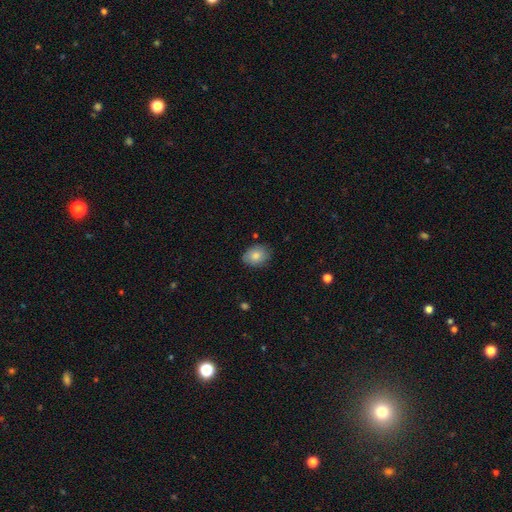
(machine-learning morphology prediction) A smooth galaxy with no disk features (82%) that is in between round and cigar-shaped (66%). Merging: none (81%).